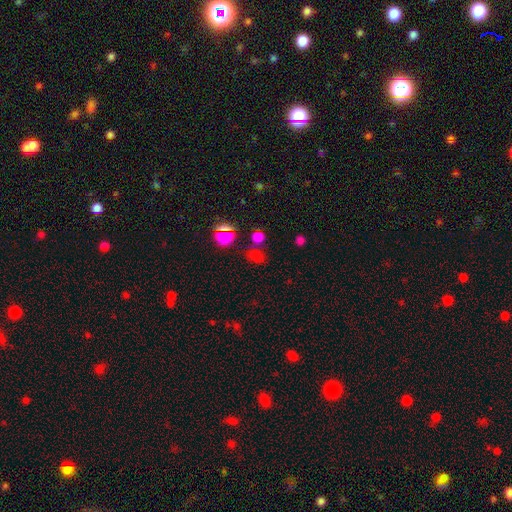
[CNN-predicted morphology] Smooth or featured?
  - smooth: 57% *
  - star or artifact: 36%
  - featured or disk: 7%
How rounded?
  - round: 60% *
  - in between: 37%
  - cigar-shaped: 2%
Merging?
  - none: 60% *
  - merger: 18%
  - minor disturbance: 13%
  - major disturbance: 9%